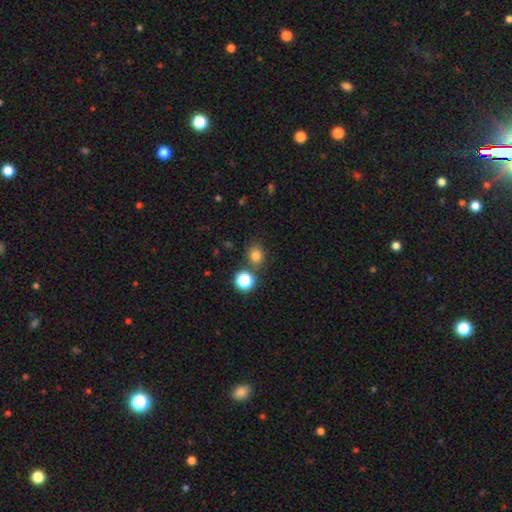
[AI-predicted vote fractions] smooth-or-featured: smooth: 77% | star or artifact: 17% | featured or disk: 5%
  how-rounded: round: 75% | in between: 24% | cigar-shaped: 1%
  merging: none: 76% | merger: 10% | minor disturbance: 10% | major disturbance: 4%